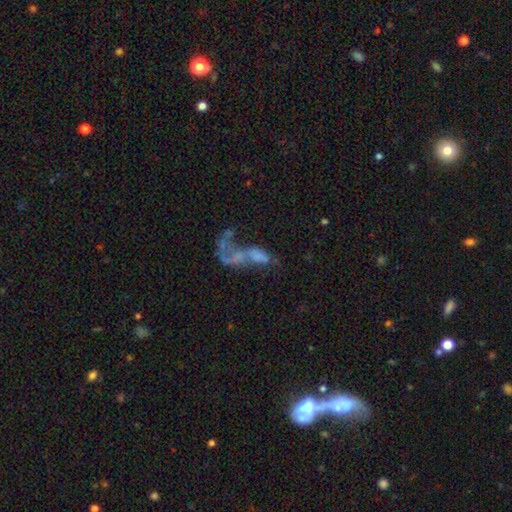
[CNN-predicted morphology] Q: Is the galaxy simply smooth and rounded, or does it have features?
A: featured or disk — 51%.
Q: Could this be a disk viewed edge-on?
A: no — 95%.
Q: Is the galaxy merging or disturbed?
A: merger — 45%.